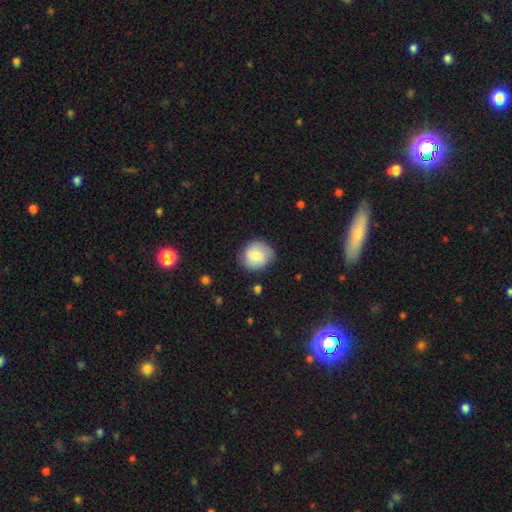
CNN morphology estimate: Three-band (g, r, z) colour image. It shows a smooth galaxy with no disk features (64%) that is round (82%). Merging: none (78%).